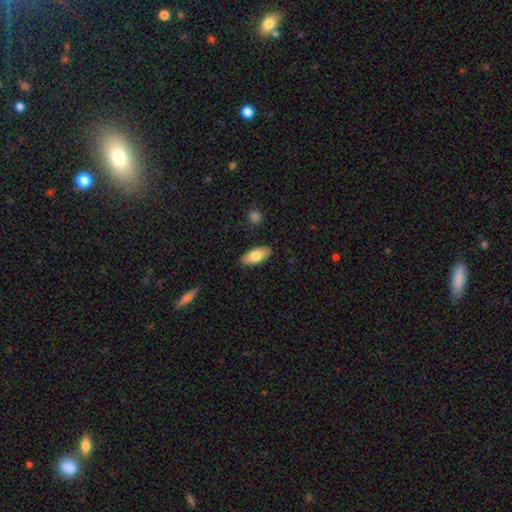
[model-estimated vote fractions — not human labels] This appears to be a smooth galaxy with no disk features (77%) that is in between round and cigar-shaped (87%). Merging: none (87%).